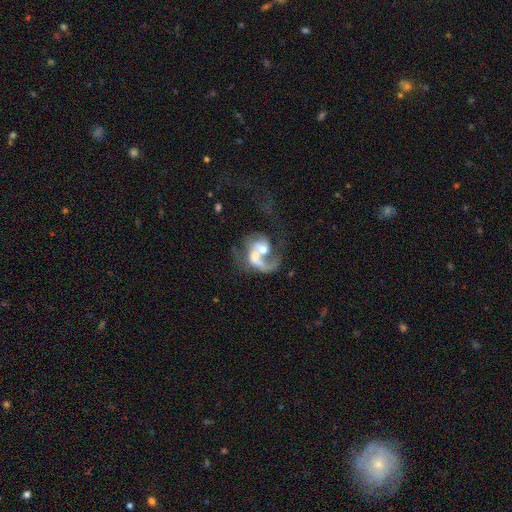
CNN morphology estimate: A featured or disk galaxy (74%) with no bar (69%), 1 (75%) loose (58%) spiral arms (79%) and a moderate central bulge (57%). Merging: merger (58%).